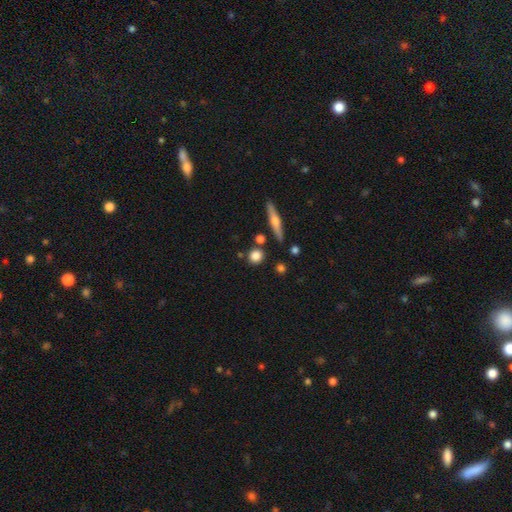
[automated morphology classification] Smooth or featured?
  - smooth: 80% *
  - featured or disk: 11%
  - star or artifact: 9%
How rounded?
  - round: 85% *
  - in between: 11%
  - cigar-shaped: 4%
Merging?
  - none: 81% *
  - minor disturbance: 9%
  - merger: 8%
  - major disturbance: 3%